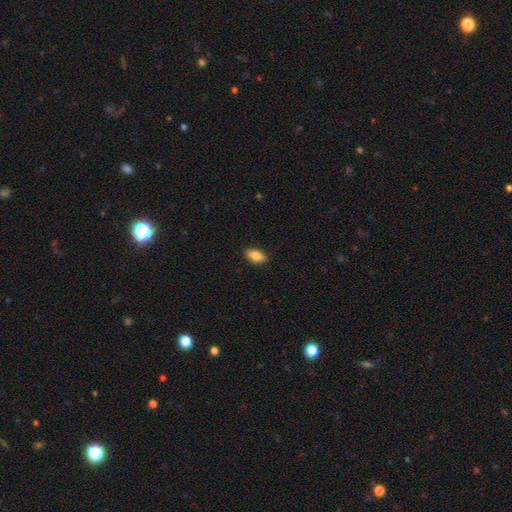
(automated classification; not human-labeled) Smooth or featured? smooth (82%)
How rounded? in between (90%)
Merging? none (88%)